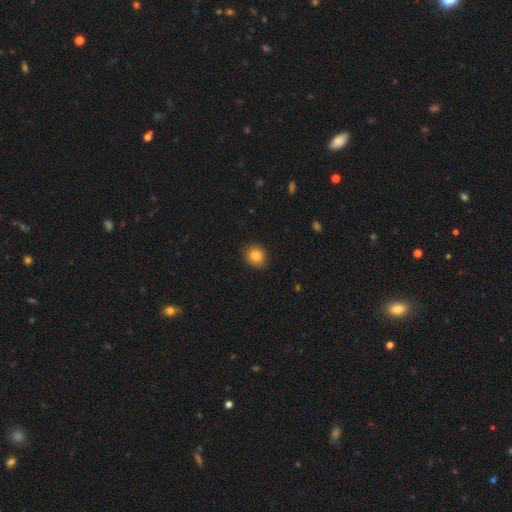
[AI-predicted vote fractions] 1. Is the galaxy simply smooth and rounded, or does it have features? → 83% smooth, 10% star or artifact, 7% featured or disk.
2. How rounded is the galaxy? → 71% round, 28% in between, 1% cigar-shaped.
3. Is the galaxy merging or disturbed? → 87% none, 10% minor disturbance, 2% major disturbance, 1% merger.